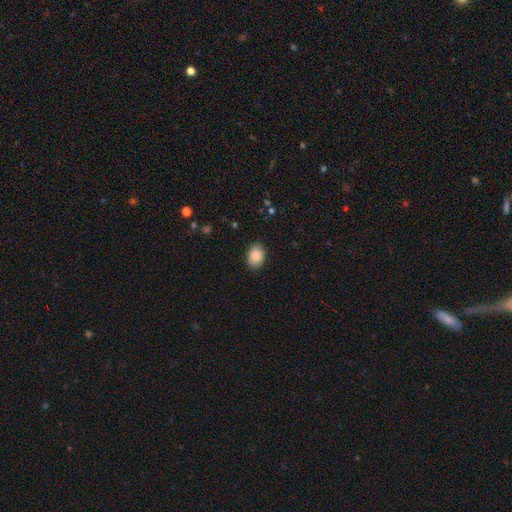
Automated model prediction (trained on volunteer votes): Smooth or featured? smooth (87%)
How rounded? in between (79%)
Merging? none (87%)